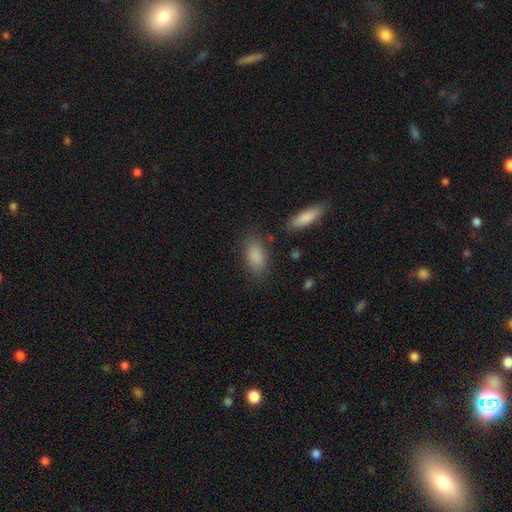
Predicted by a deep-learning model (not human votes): This appears to be a smooth galaxy with no disk features (87%) that is in between round and cigar-shaped (88%). Merging: none (77%).